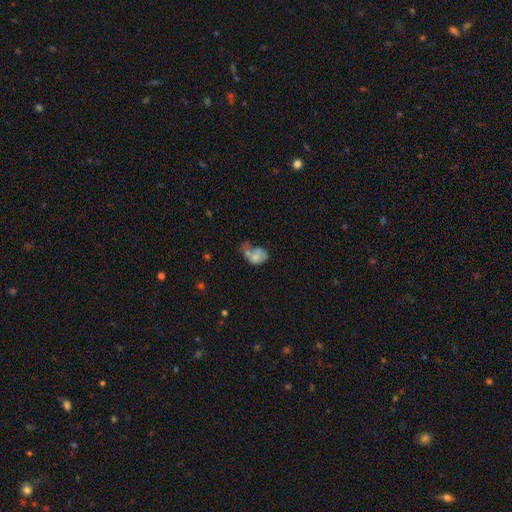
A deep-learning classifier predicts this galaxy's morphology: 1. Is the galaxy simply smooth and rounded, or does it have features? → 60% smooth, 30% featured or disk, 10% star or artifact.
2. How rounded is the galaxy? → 70% in between, 29% round, 1% cigar-shaped.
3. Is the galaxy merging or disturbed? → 45% merger, 21% major disturbance, 18% none, 16% minor disturbance.